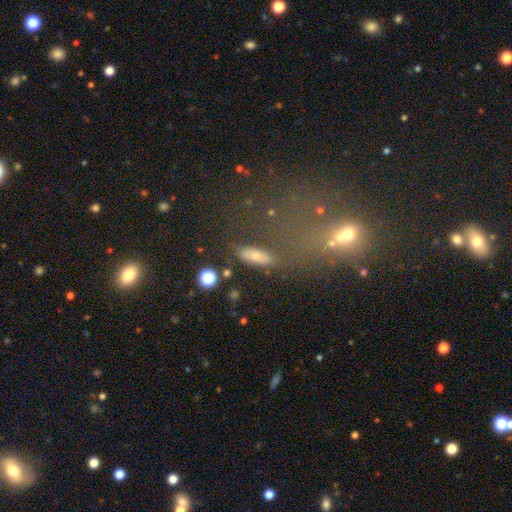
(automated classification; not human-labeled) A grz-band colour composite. It shows a smooth galaxy with no disk features (59%) that is in between round and cigar-shaped (62%). Merging: none (57%).